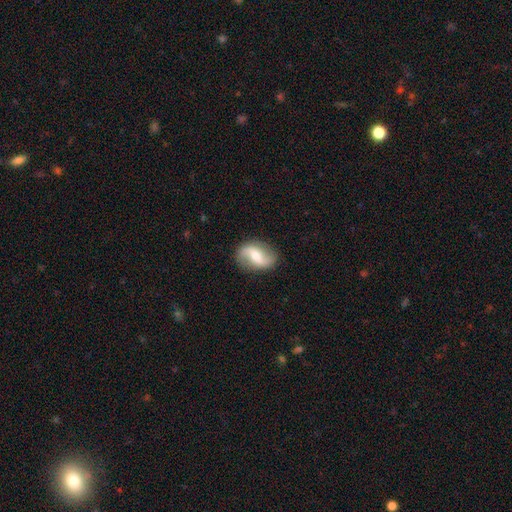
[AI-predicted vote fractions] Overall: featured or disk (74%). Edge-on disk: no (97%). Bar: weak (43%; strong 30%). Spiral arms: yes (91%). Spiral arm count: 2 (92%). Spiral winding: loose (78%). Bulge size: moderate (53%; small 37%). Merging: none (84%).